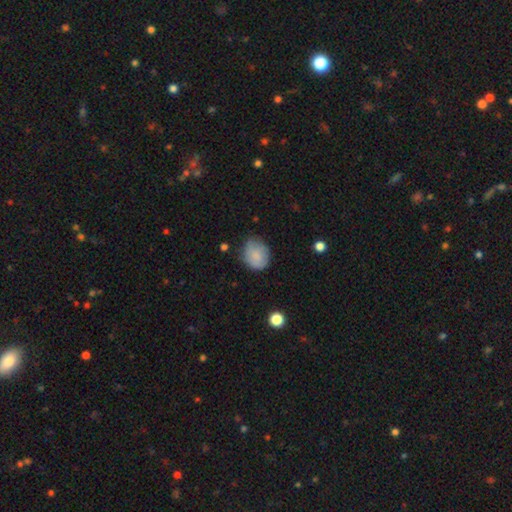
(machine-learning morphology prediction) type=smooth (81%); roundness=round (62%); merging=none (66%).